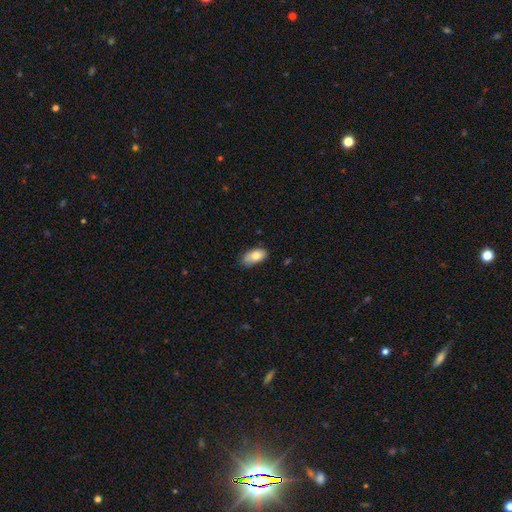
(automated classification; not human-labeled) Smooth or featured? Predicted: smooth (p=0.81). How rounded? Predicted: in between (p=0.93). Merging? Predicted: none (p=0.68).